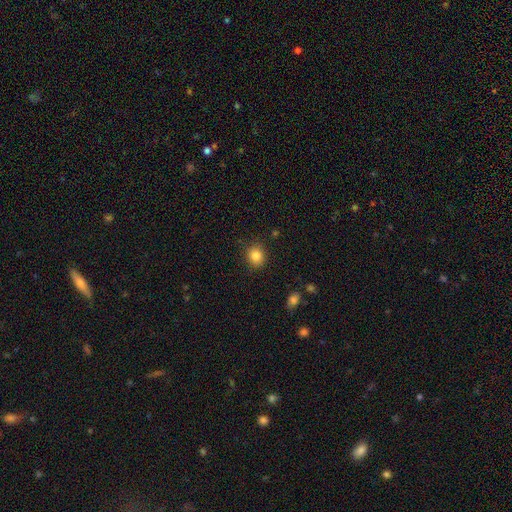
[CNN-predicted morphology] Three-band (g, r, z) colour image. It shows a smooth galaxy with no disk features (84%) that is round (76%). Merging: none (88%).